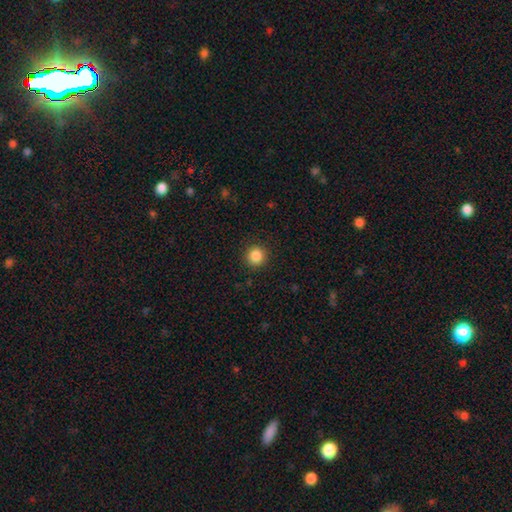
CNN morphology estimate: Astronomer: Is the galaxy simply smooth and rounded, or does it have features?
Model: smooth — 87%.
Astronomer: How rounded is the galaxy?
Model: round — 93%.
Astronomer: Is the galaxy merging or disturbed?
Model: none — 91%.